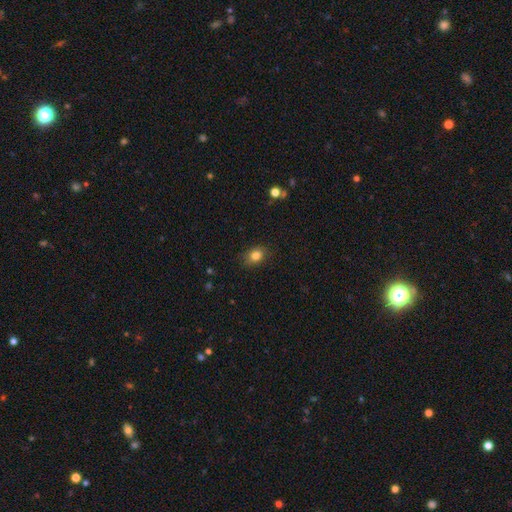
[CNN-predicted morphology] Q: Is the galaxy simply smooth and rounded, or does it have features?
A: smooth — 82%.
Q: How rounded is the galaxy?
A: in between — 63%.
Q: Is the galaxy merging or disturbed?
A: none — 84%.